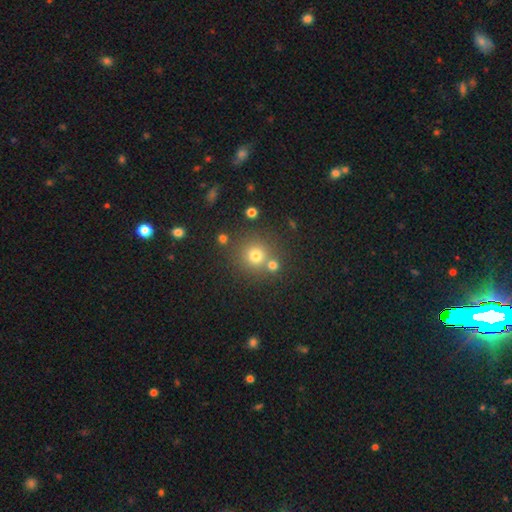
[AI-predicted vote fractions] Q: Smooth or featured?
A: smooth (73%); runner-up: star or artifact (17%)
Q: How rounded?
A: round (92%); runner-up: in between (7%)
Q: Merging?
A: none (71%); runner-up: merger (18%)